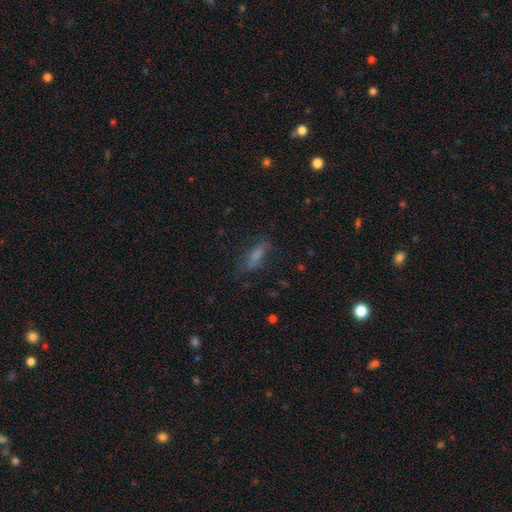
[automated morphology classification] type=smooth (61%); roundness=in between (63%); merging=none (56%).